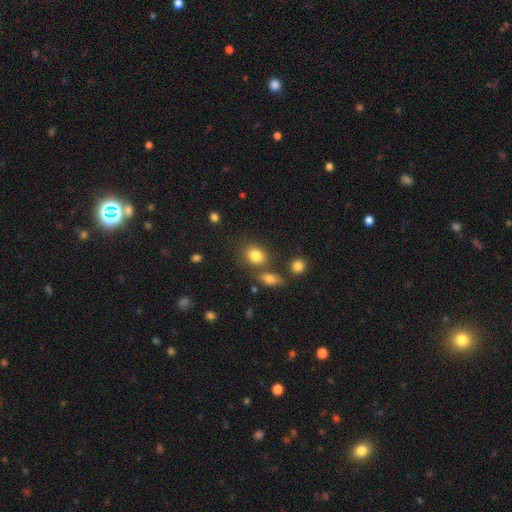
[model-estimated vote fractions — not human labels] A smooth galaxy with no disk features (82%) that is round (54%).

Vote fractions:
- Smooth or featured? smooth: 82% / star or artifact: 10% / featured or disk: 8%
- How rounded? round: 54% / in between: 44% / cigar-shaped: 2%
- Merging? none: 67% / merger: 17% / minor disturbance: 12% / major disturbance: 4%